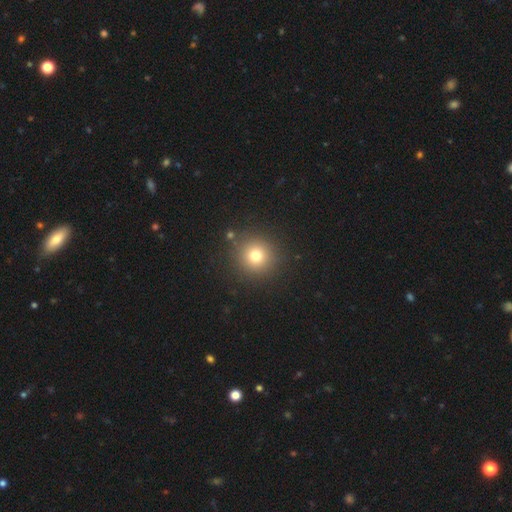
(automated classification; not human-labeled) This appears to be a smooth galaxy with no disk features (76%) that is round (94%). Merging: none (88%).